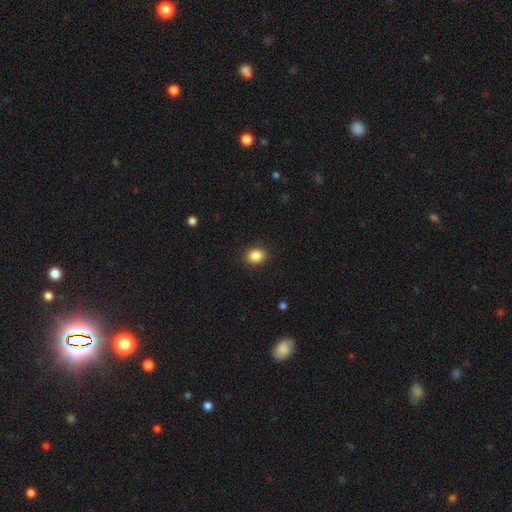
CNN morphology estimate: smooth-or-featured: smooth: 88% | star or artifact: 9% | featured or disk: 3%
  how-rounded: in between: 53% | round: 46% | cigar-shaped: 1%
  merging: none: 89% | minor disturbance: 7% | major disturbance: 2% | merger: 1%